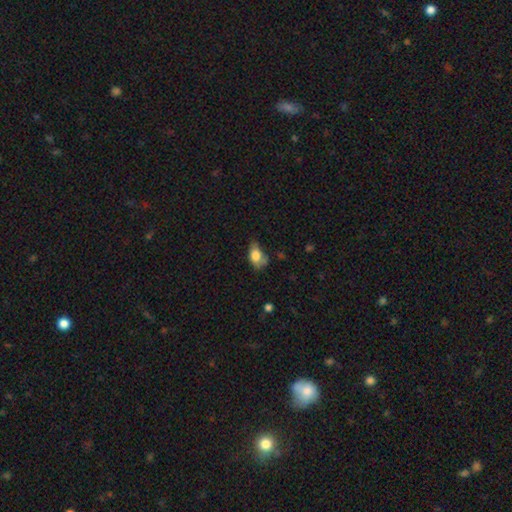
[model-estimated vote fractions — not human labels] Smooth or featured? smooth (76%)
How rounded? in between (84%)
Merging? minor disturbance (40%)